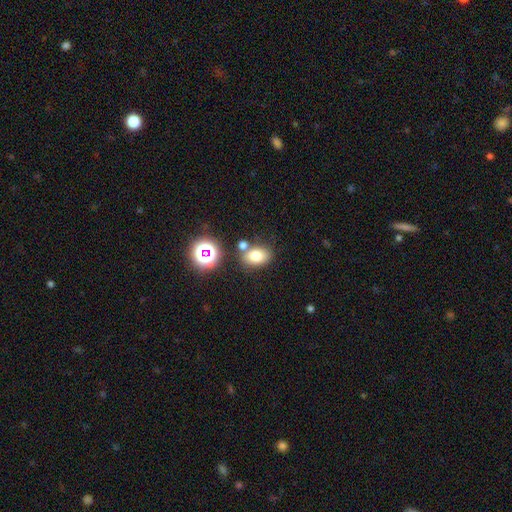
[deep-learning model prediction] Q: Smooth or featured?
A: smooth (74%); runner-up: star or artifact (15%)
Q: How rounded?
A: in between (75%); runner-up: round (24%)
Q: Merging?
A: none (69%); runner-up: merger (15%)